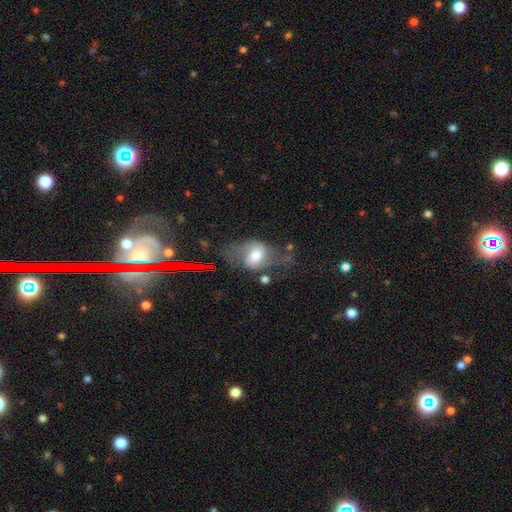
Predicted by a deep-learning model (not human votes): The model was most divided on "smooth or featured": featured or disk: 52%, smooth: 40%, star or artifact: 9%. Remaining: edge-on disk — no (93%); merging — none (43%).